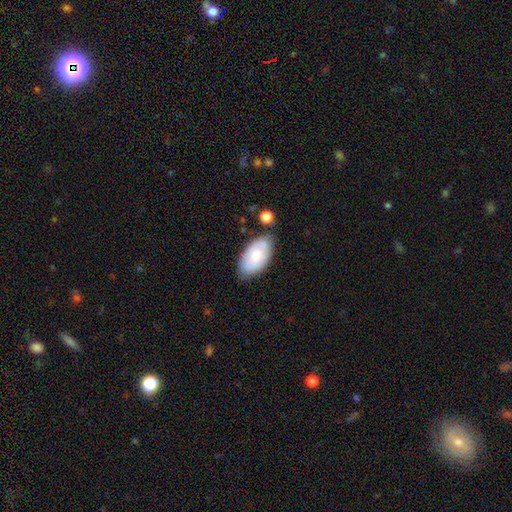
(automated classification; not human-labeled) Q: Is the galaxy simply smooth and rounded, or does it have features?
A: smooth — 63%.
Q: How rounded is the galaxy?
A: in between — 95%.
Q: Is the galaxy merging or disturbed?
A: none — 67%.